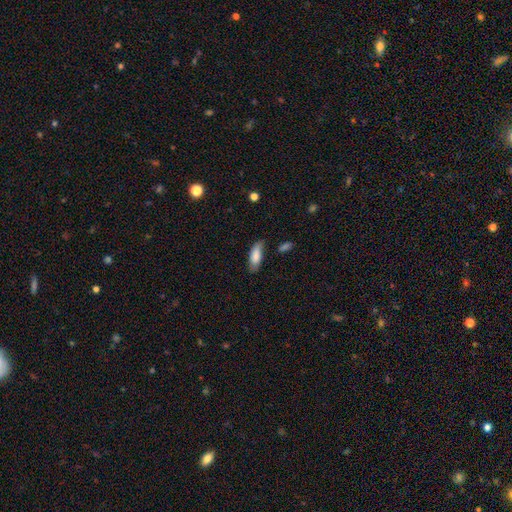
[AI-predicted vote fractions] A smooth galaxy with no disk features (81%) that is in between round and cigar-shaped (72%). Merging: none (71%).